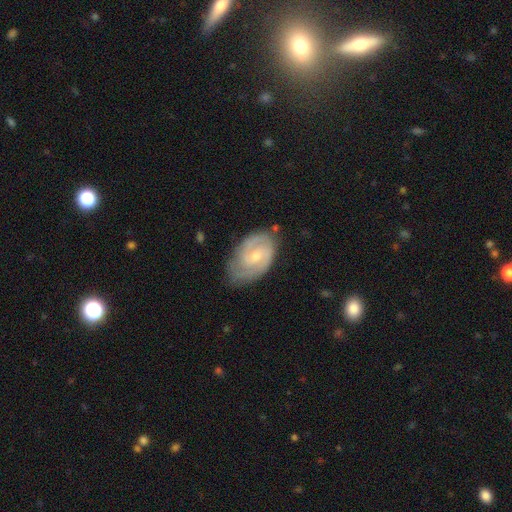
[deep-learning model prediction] This is clearly a featured or disk galaxy (83%). It is clearly not viewed edge-on (97%). Bar: possibly no (48%). Spiral arm pattern: clearly yes (96%). Spiral arm count: likely 2 (67%). Spiral winding: possibly tight (49%). Central bulge: possibly small (59%). Merging: likely none (70%).